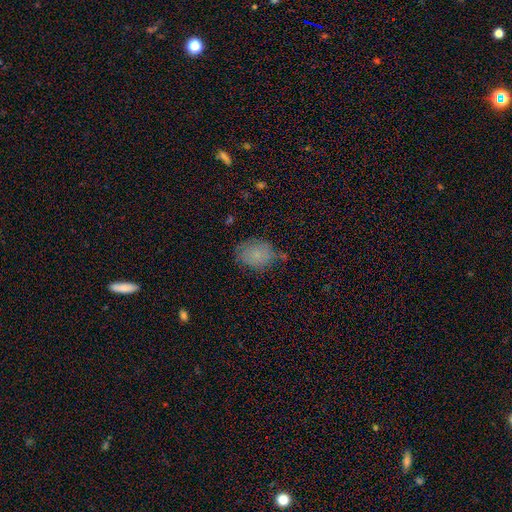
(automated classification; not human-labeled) smooth_or_featured: smooth (p=0.78) [alt: featured or disk p=0.12]
how_rounded: in between (p=0.64) [alt: round p=0.34]
merging: none (p=0.69) [alt: minor disturbance p=0.22]